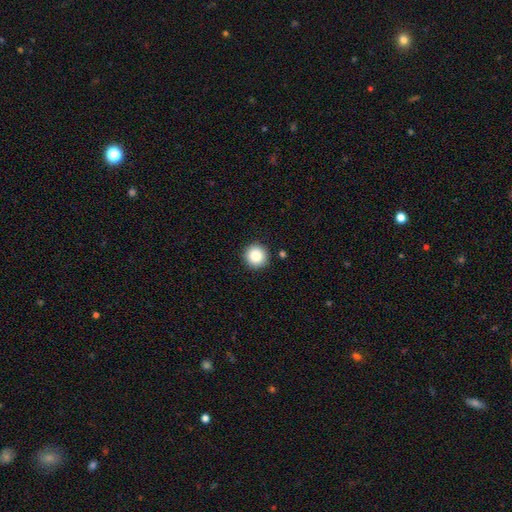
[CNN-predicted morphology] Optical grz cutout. It shows a smooth galaxy with no disk features (87%) that is round (95%). Merging: none (91%).